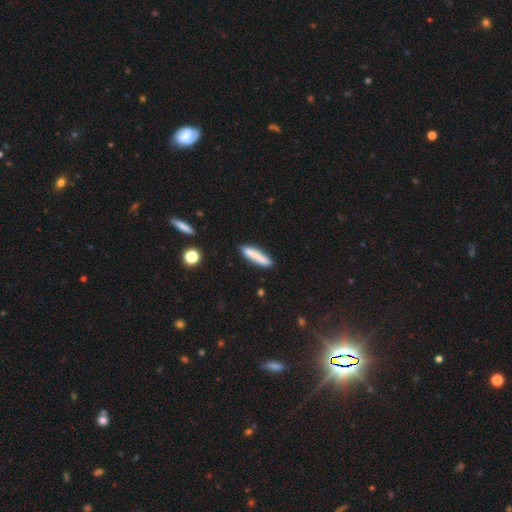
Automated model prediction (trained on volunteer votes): Overall: smooth (80%). How rounded: cigar-shaped (87%). Merging: none (84%).